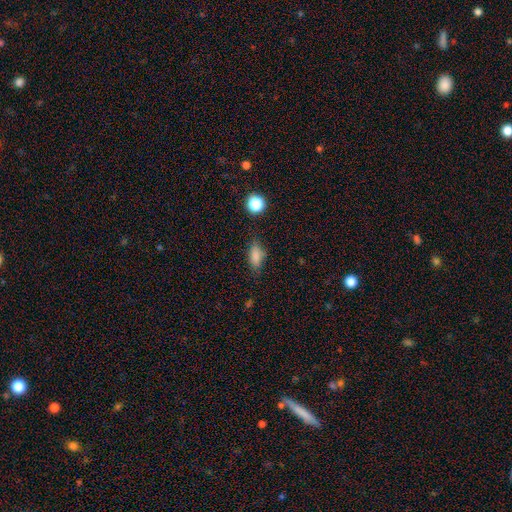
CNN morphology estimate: Q: Smooth or featured?
A: smooth (81%); runner-up: star or artifact (11%)
Q: How rounded?
A: in between (80%); runner-up: cigar-shaped (12%)
Q: Merging?
A: none (71%); runner-up: minor disturbance (21%)